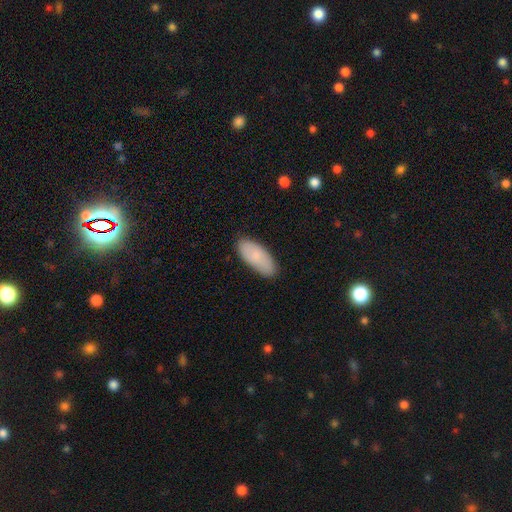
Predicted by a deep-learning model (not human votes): The model was most divided on "smooth or featured": smooth: 81%, featured or disk: 13%, star or artifact: 6%. More confident: how rounded — in between (85%); merging — none (83%).